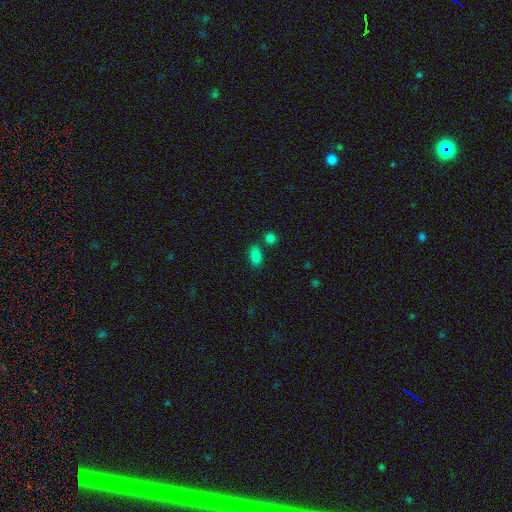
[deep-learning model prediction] Smooth or featured: smooth — 85% (star or artifact — 10%)
How rounded: in between — 89% (round — 7%)
Merging: none — 76% (minor disturbance — 11%)